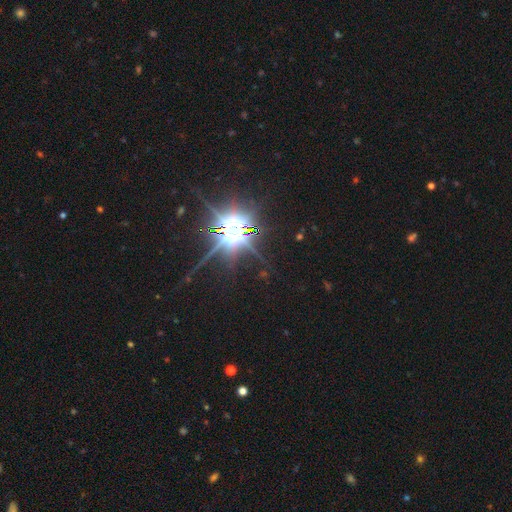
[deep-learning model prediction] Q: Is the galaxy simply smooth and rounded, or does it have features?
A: star or artifact — 83%.